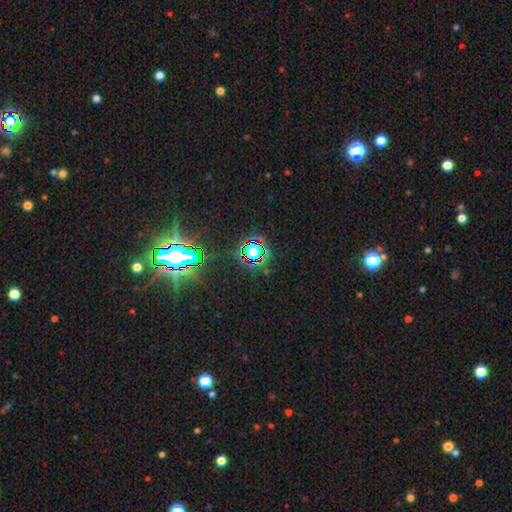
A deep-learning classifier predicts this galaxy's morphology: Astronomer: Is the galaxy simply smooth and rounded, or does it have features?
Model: star or artifact — 80%.